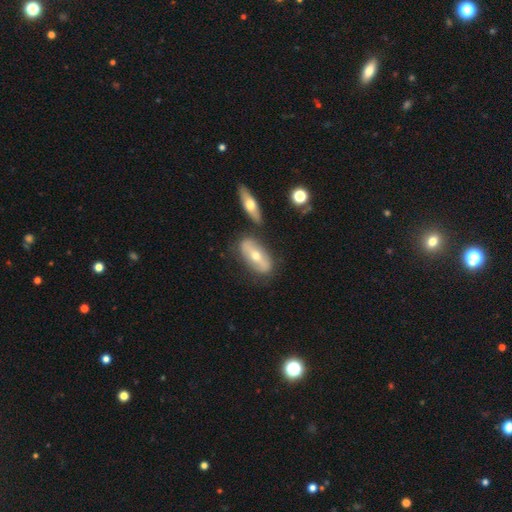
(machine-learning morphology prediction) smooth_or_featured: featured or disk (p=0.56) [alt: smooth p=0.38]
disk_edge_on: no (p=0.69) [alt: yes p=0.31]
merging: none (p=0.73) [alt: minor disturbance p=0.14]